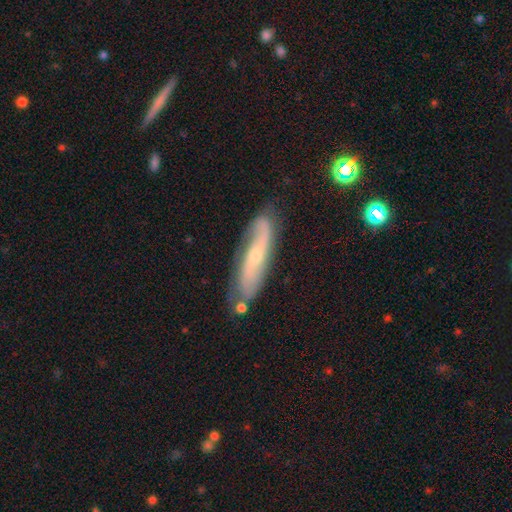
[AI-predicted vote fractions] smooth_or_featured: featured or disk (p=0.70) [alt: smooth p=0.22]
disk_edge_on: no (p=0.70) [alt: yes p=0.30]
merging: none (p=0.74) [alt: minor disturbance p=0.18]